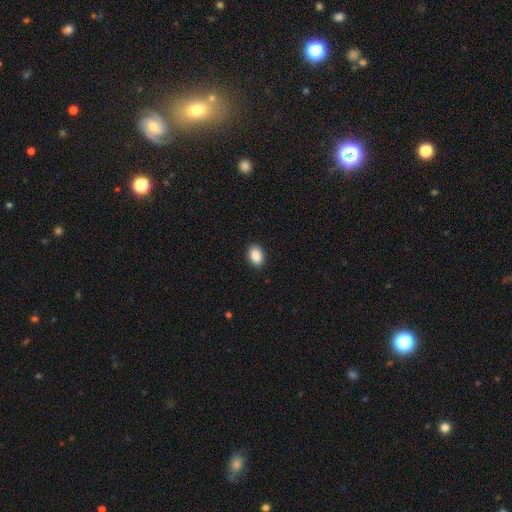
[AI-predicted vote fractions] Smooth or featured?
  - smooth: 90% *
  - star or artifact: 8%
  - featured or disk: 3%
How rounded?
  - in between: 82% *
  - round: 17%
  - cigar-shaped: 1%
Merging?
  - none: 90% *
  - minor disturbance: 7%
  - major disturbance: 2%
  - merger: 1%